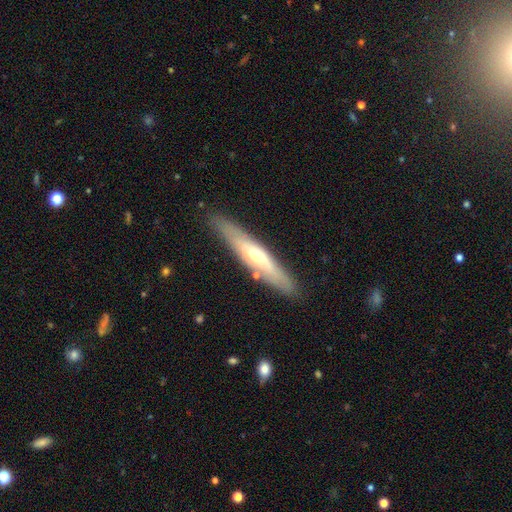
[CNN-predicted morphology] This appears to be a featured or disk galaxy (56%) viewed edge-on (70%). Merging: none (84%).